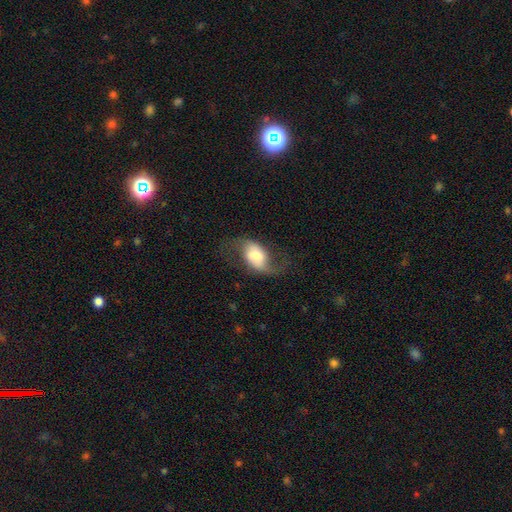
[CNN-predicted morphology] The model was most divided on "bar": no: 42%, weak: 38%, strong: 20%. Remaining: edge-on disk — no (94%); spiral arm count — 2 (90%); spiral arms — yes (89%); spiral winding — loose (73%); smooth or featured — featured or disk (62%); merging — none (62%); bulge size — moderate (45%).